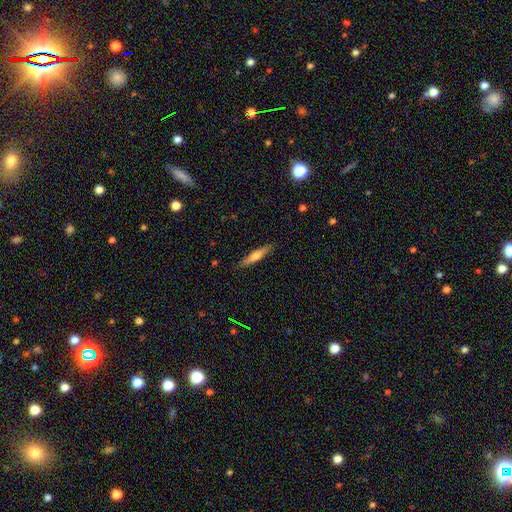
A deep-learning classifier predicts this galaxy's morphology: Smooth or featured?
  - smooth: 57% *
  - featured or disk: 37%
  - star or artifact: 6%
How rounded?
  - cigar-shaped: 87% *
  - in between: 11%
  - round: 1%
Merging?
  - none: 87% *
  - minor disturbance: 10%
  - major disturbance: 2%
  - merger: 1%